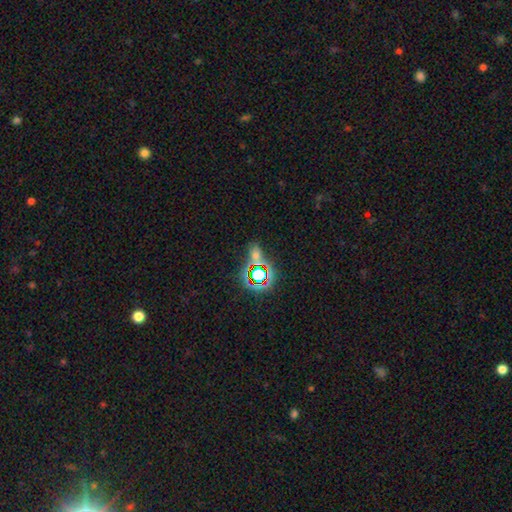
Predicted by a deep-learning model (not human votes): Smooth or featured: star or artifact — 52% (smooth — 36%)